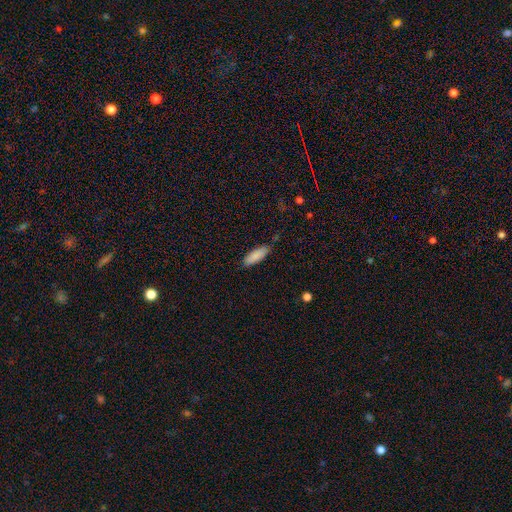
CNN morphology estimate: A smooth galaxy with no disk features (87%) that is in between round and cigar-shaped (61%).

Vote fractions:
- Smooth or featured? smooth: 87% / featured or disk: 7% / star or artifact: 6%
- How rounded? in between: 61% / cigar-shaped: 37% / round: 2%
- Merging? none: 83% / minor disturbance: 13% / major disturbance: 2% / merger: 2%